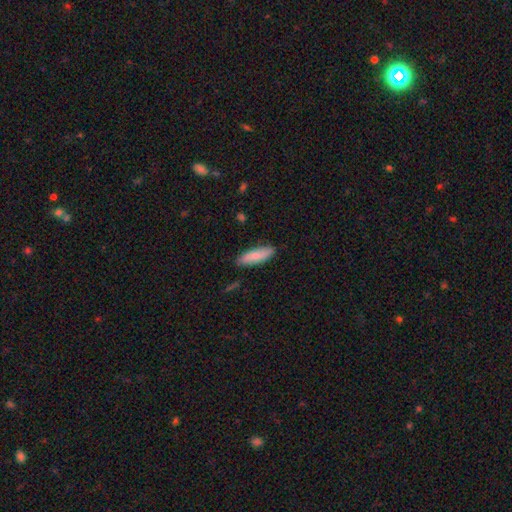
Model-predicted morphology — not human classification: This appears to be a smooth galaxy with no disk features (83%) that is in between round and cigar-shaped (49%, tied with cigar-shaped). Merging: none (83%).